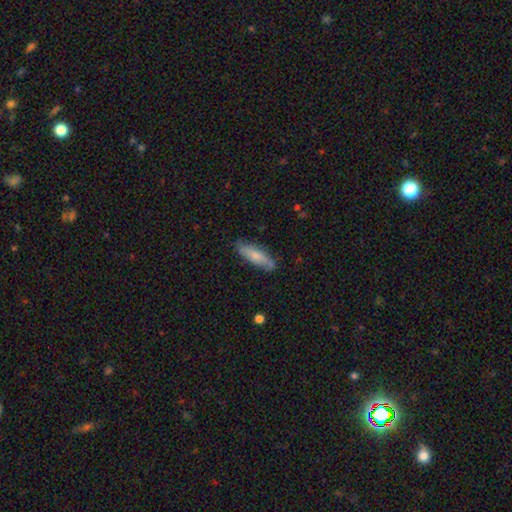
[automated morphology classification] A smooth galaxy with no disk features (63%) that is cigar-shaped (54%). Merging: none (78%).